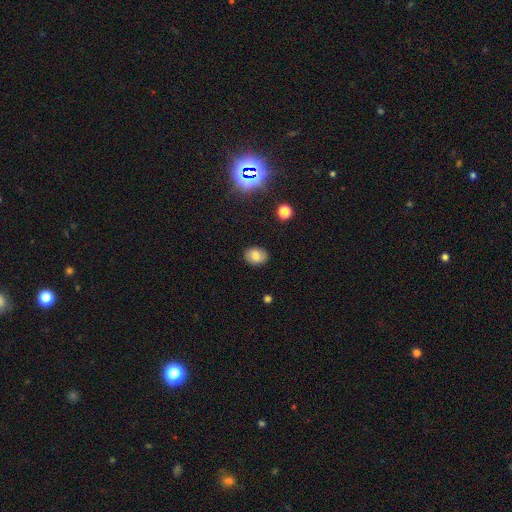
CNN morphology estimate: This is likely a smooth galaxy (74%). How rounded: likely in between (62%). Merging: clearly none (86%).